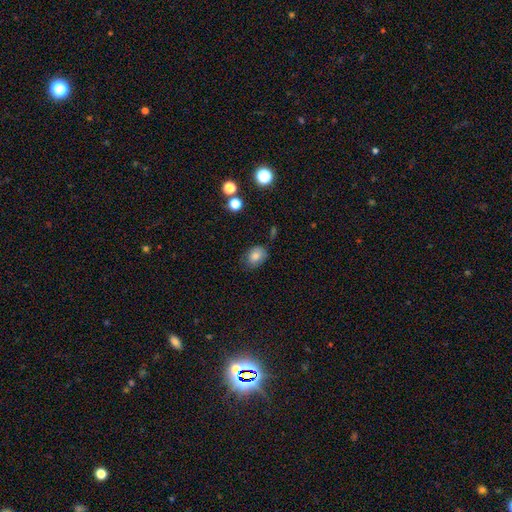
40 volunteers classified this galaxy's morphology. Smooth or featured? 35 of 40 (88%) said smooth. How rounded? 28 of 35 (80%) said in between. Merging? 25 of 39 (64%) said none.